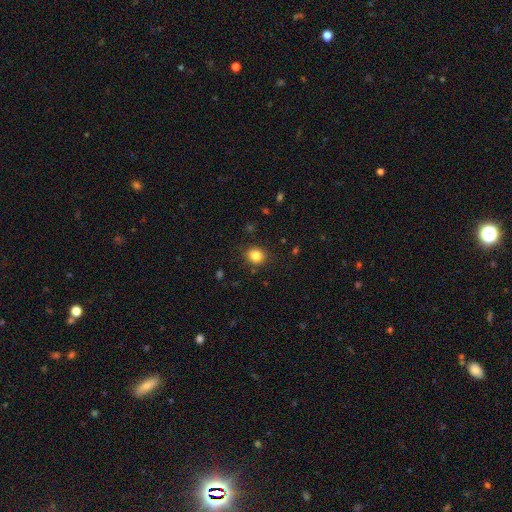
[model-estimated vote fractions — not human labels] Smooth or featured: smooth — 83% (star or artifact — 11%)
How rounded: round — 76% (in between — 23%)
Merging: none — 88% (minor disturbance — 9%)